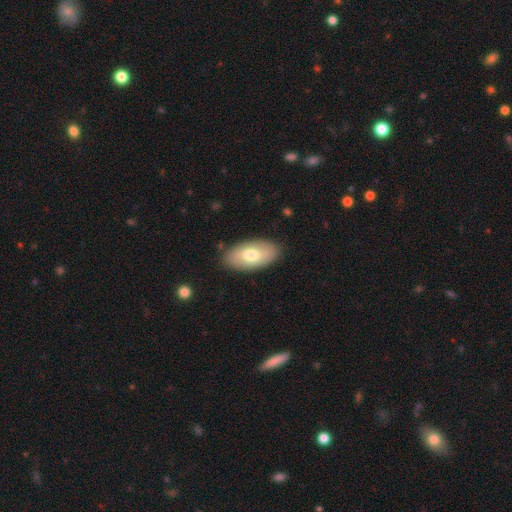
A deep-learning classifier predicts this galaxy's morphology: Smooth or featured? Predicted: smooth (p=0.68). How rounded? Predicted: in between (p=0.94). Merging? Predicted: none (p=0.87).